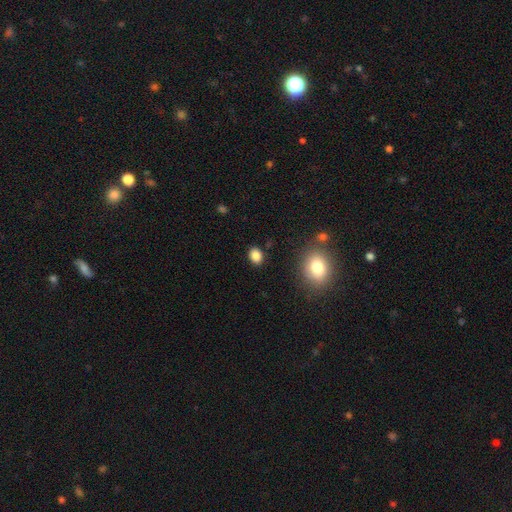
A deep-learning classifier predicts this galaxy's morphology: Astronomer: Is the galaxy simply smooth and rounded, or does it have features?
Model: smooth — 85%.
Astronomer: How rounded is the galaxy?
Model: in between — 68%.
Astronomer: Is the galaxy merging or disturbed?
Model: none — 86%.